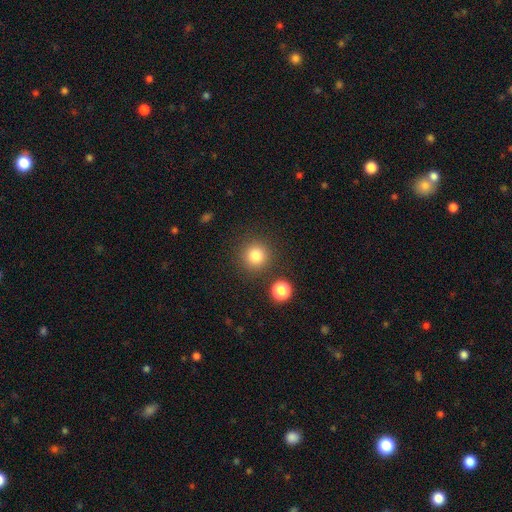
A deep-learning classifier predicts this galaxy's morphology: type=smooth (82%); roundness=round (94%); merging=none (86%).